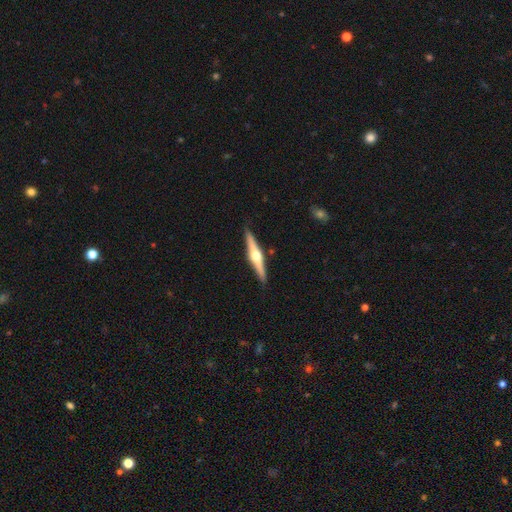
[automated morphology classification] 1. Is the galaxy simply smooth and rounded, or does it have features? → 75% featured or disk, 20% smooth, 5% star or artifact.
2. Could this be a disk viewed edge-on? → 98% yes, 2% no.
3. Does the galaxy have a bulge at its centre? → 94% rounded, 4% boxy, 2% none.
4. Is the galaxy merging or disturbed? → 90% none, 7% minor disturbance, 1% major disturbance, 1% merger.